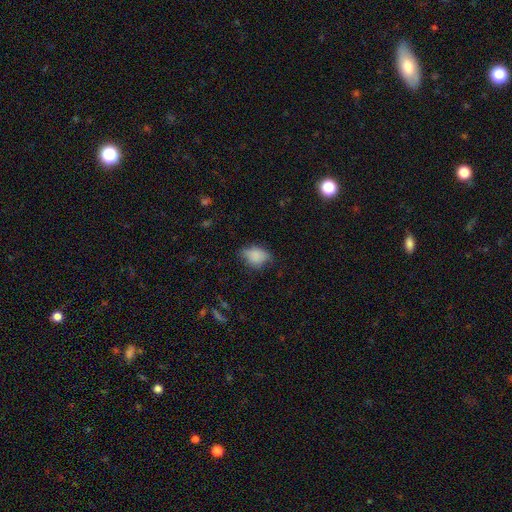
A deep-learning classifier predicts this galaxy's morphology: Q: Smooth or featured?
A: smooth (82%); runner-up: star or artifact (9%)
Q: How rounded?
A: in between (76%); runner-up: round (22%)
Q: Merging?
A: none (57%); runner-up: minor disturbance (32%)